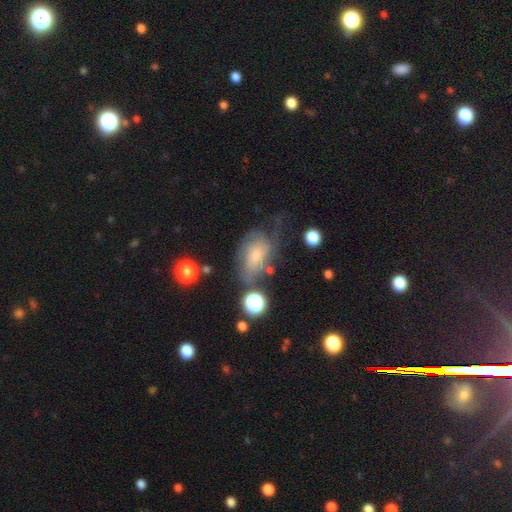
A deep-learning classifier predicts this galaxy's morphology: Smooth or featured? Predicted: smooth (p=0.44, tied with featured or disk). Merging? Predicted: none (p=0.37).